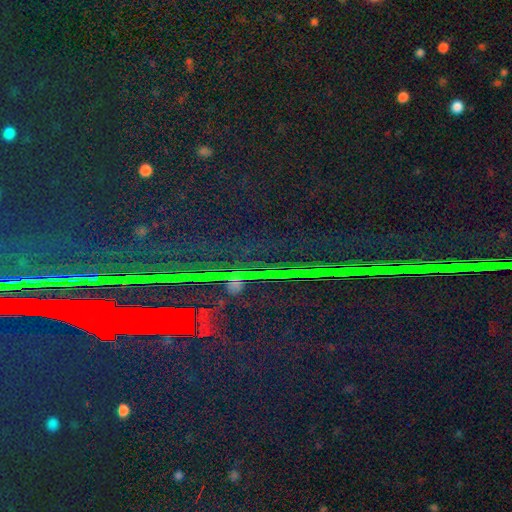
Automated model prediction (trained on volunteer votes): Morphology: type=star or artifact (87%).